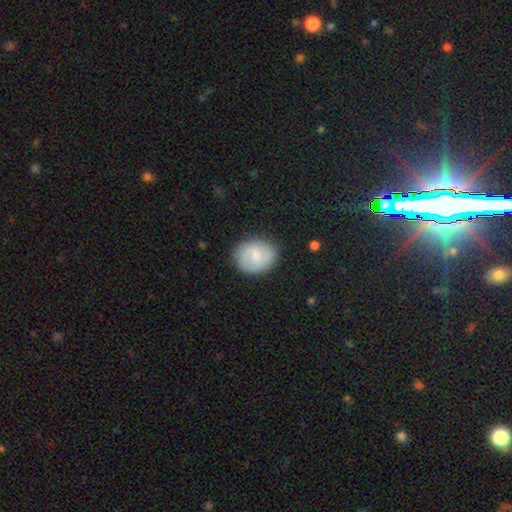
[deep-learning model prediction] A smooth galaxy with no disk features (60%) that is round (63%).

Vote fractions:
- Smooth or featured? smooth: 60% / featured or disk: 33% / star or artifact: 6%
- How rounded? round: 63% / in between: 36% / cigar-shaped: 1%
- Merging? none: 82% / minor disturbance: 13% / major disturbance: 4% / merger: 1%